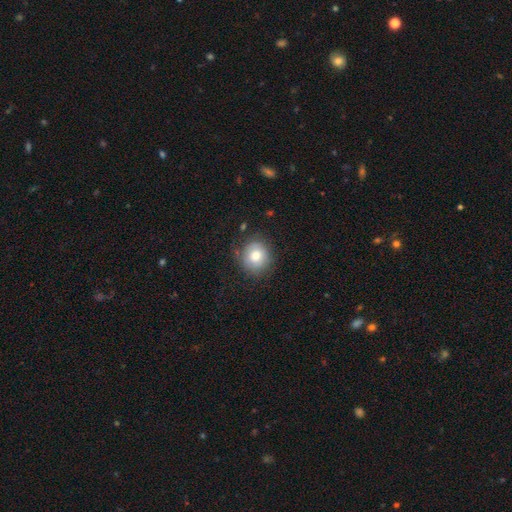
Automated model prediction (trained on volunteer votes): smooth-or-featured: smooth: 74% | featured or disk: 17% | star or artifact: 9%
  how-rounded: round: 87% | in between: 12% | cigar-shaped: 1%
  merging: none: 77% | minor disturbance: 16% | major disturbance: 5% | merger: 2%